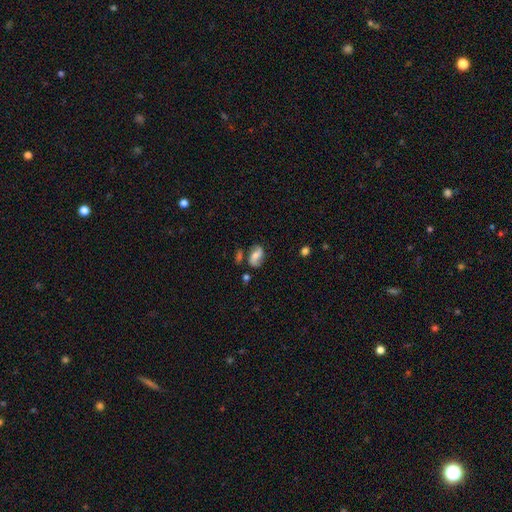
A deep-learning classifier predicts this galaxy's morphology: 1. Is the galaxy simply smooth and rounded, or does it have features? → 50% featured or disk, 41% smooth, 9% star or artifact.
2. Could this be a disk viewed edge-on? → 95% no, 5% yes.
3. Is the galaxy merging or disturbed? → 65% none, 21% minor disturbance, 7% major disturbance, 7% merger.